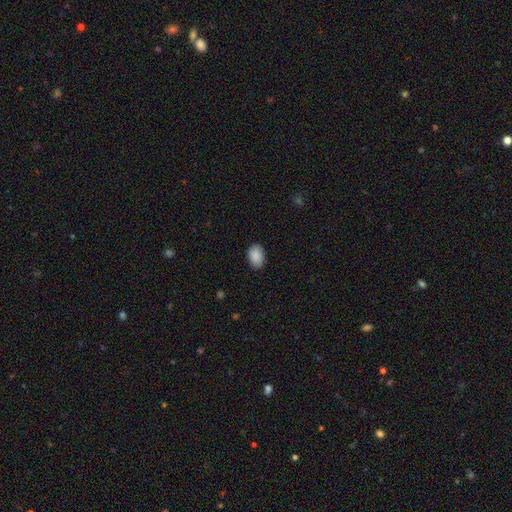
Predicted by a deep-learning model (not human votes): Smooth or featured? smooth (90%)
How rounded? in between (85%)
Merging? none (85%)